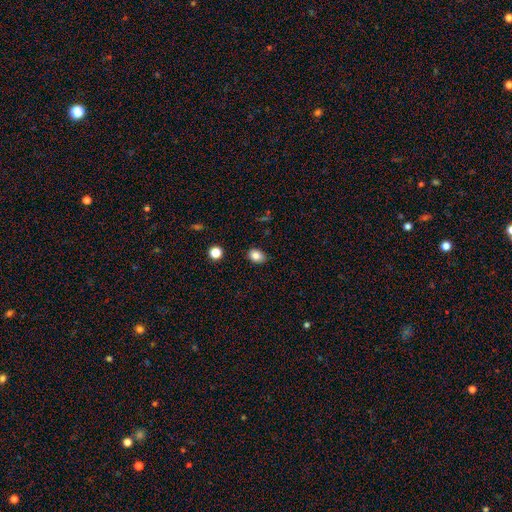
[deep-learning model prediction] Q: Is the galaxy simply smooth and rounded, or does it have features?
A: smooth — 84%.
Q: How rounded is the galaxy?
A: in between — 68%.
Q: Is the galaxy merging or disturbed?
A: none — 85%.